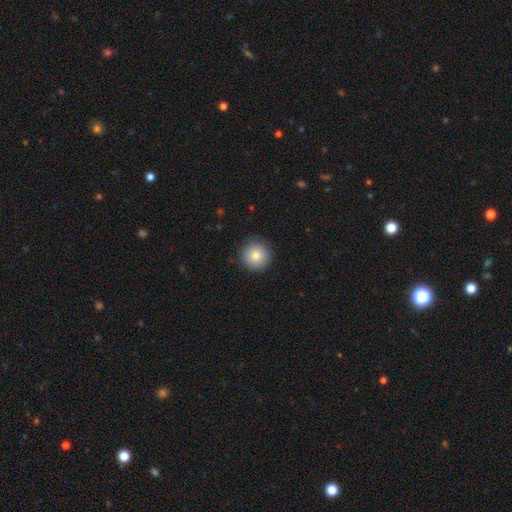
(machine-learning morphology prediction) smooth-or-featured: smooth: 83% | star or artifact: 9% | featured or disk: 8%
  how-rounded: round: 96% | in between: 3% | cigar-shaped: 1%
  merging: none: 91% | minor disturbance: 6% | major disturbance: 2% | merger: 1%